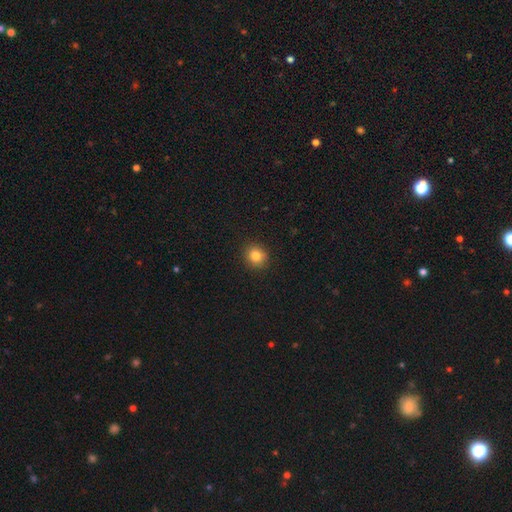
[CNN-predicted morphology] Overall: smooth (83%). How rounded: round (84%). Merging: none (91%).